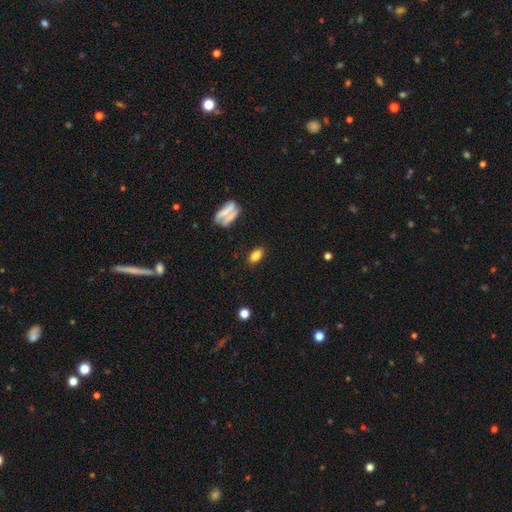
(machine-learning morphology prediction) This appears to be a smooth galaxy with no disk features (79%) that is in between round and cigar-shaped (86%). Merging: none (83%).